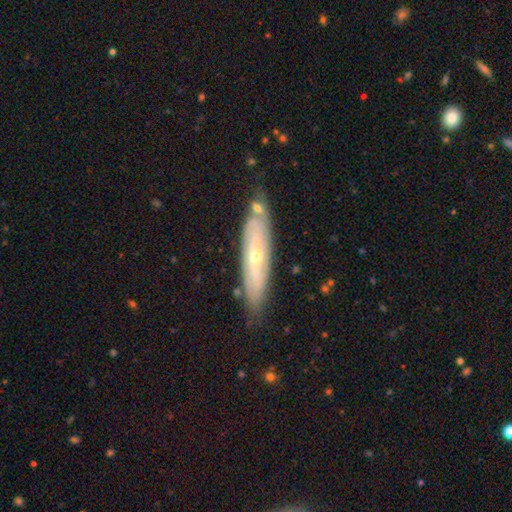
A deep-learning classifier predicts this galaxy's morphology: Overall: featured or disk (69%). Edge-on disk: no (56%; yes 44%). Merging: none (76%).